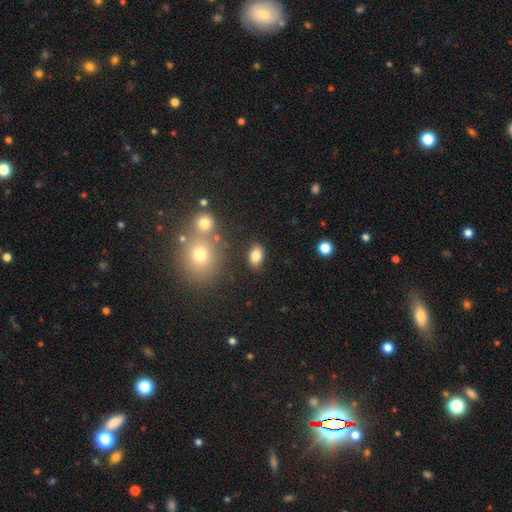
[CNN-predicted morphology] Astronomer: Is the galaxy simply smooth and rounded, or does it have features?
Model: smooth — 82%.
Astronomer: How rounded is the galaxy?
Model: in between — 86%.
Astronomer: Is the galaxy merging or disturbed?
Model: none — 84%.